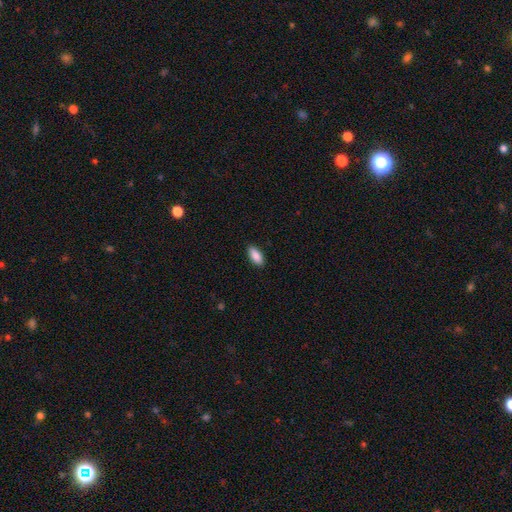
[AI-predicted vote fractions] This is clearly a smooth galaxy (89%). How rounded: clearly in between (86%). Merging: clearly none (89%).